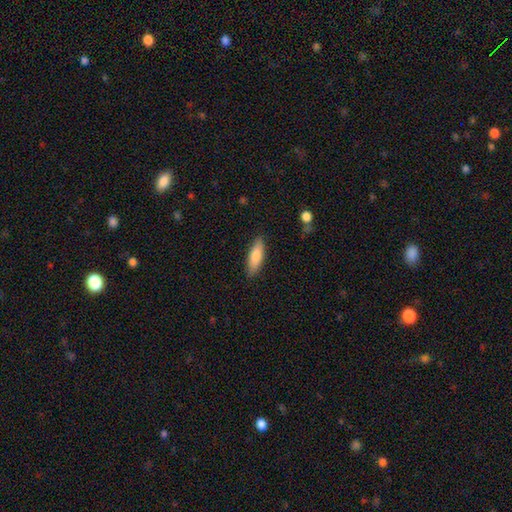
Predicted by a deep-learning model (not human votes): Overall: smooth (80%). How rounded: in between (50%; cigar-shaped 49%). Merging: none (86%).